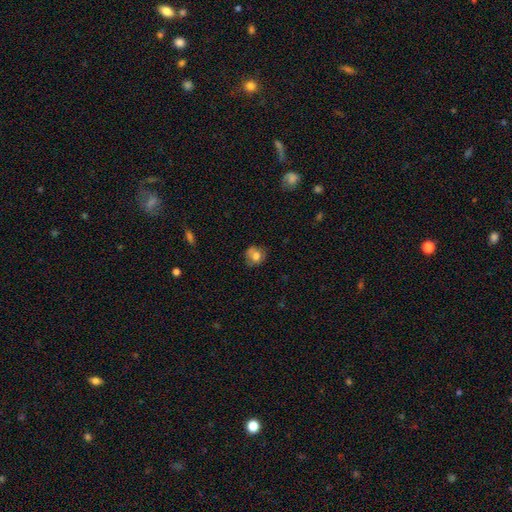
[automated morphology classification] Smooth or featured? Predicted: smooth (p=0.73). How rounded? Predicted: round (p=0.75). Merging? Predicted: none (p=0.58).